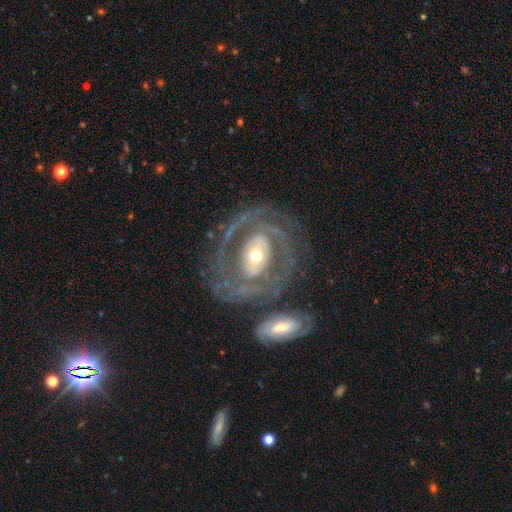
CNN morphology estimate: This appears to be a featured or disk galaxy (87%) with no bar (36%), 2 (59%) tight (70%) spiral arms (89%) and a moderate central bulge (52%). Merging: none (68%).